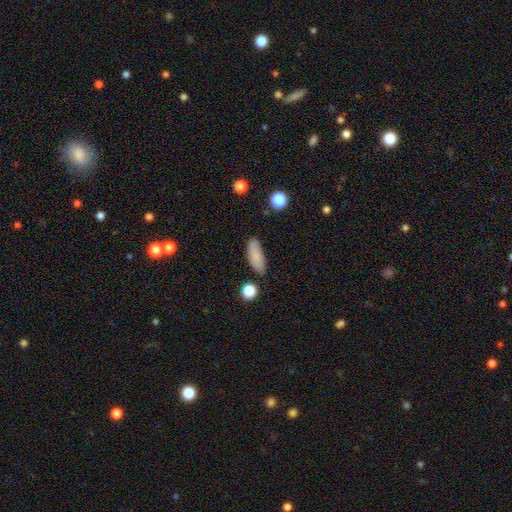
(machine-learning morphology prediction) This is clearly a smooth galaxy (83%). How rounded: likely in between (74%). Merging: likely none (75%).